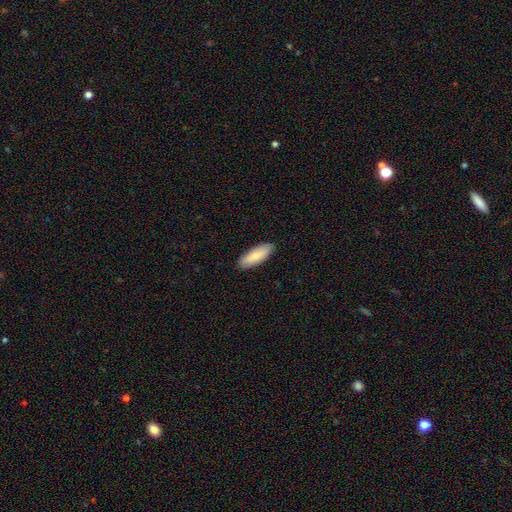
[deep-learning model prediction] A smooth galaxy with no disk features (80%) that is in between round and cigar-shaped (68%). Merging: none (90%).